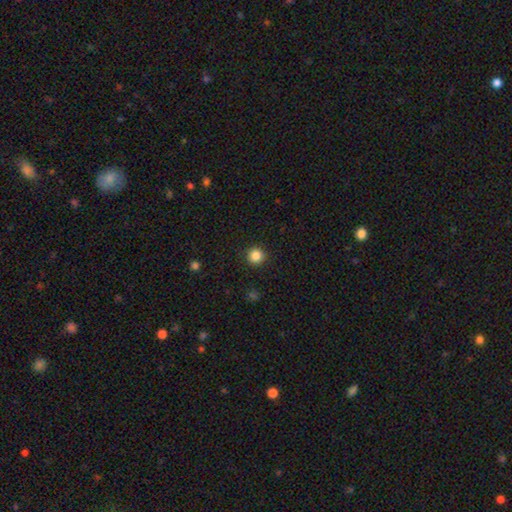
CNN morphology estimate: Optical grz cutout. It shows a smooth galaxy with no disk features (84%) that is round (95%). Merging: none (92%).